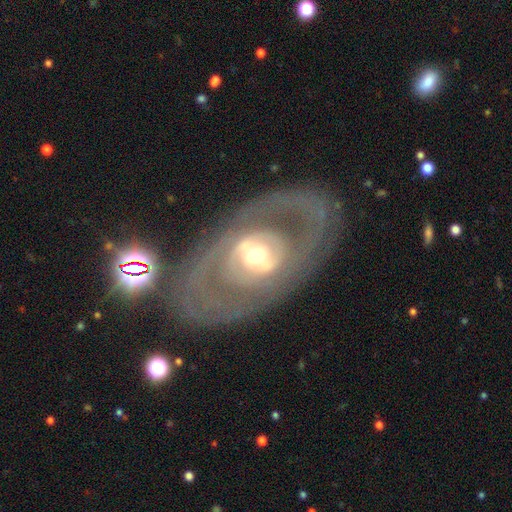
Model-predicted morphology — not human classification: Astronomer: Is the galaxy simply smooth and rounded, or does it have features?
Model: featured or disk — 78%.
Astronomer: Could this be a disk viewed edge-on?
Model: no — 92%.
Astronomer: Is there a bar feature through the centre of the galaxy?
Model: no — 44% (runner-up: weak, 33%).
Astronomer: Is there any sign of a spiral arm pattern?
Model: no — 53% (runner-up: yes, 47%).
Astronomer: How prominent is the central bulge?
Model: moderate — 65%.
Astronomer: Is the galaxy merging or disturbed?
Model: none — 76%.